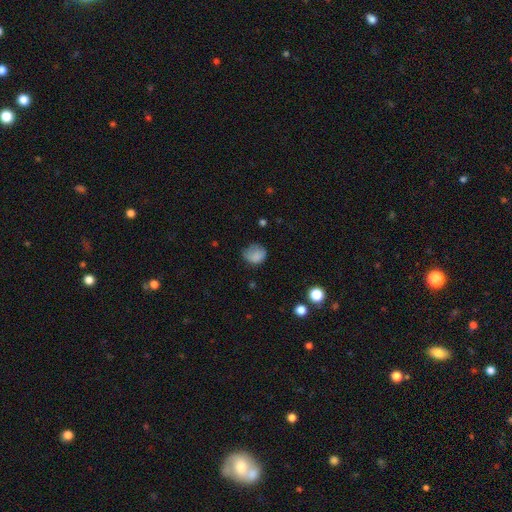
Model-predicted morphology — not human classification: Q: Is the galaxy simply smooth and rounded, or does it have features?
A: smooth — 82%.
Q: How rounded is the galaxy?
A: round — 65%.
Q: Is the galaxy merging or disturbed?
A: none — 54%.